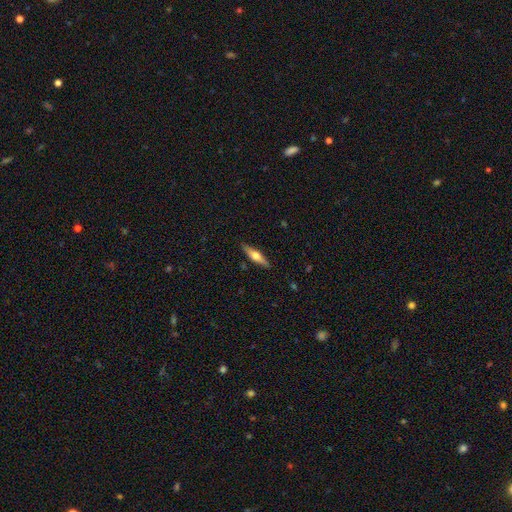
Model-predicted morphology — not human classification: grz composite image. It shows a featured or disk galaxy (49%). Merging: none (88%).